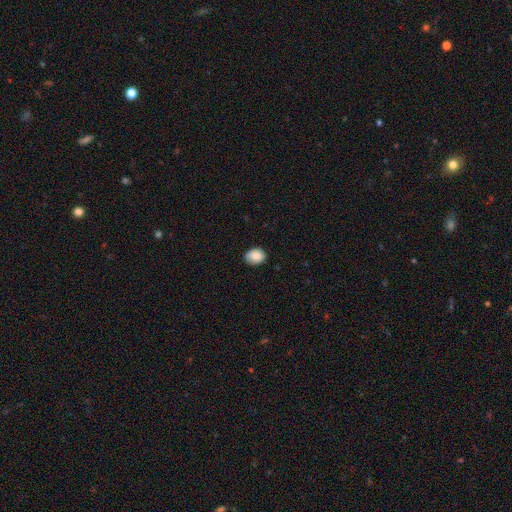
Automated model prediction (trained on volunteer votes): Q: Smooth or featured?
A: smooth (87%); runner-up: star or artifact (8%)
Q: How rounded?
A: in between (57%); runner-up: round (42%)
Q: Merging?
A: none (82%); runner-up: minor disturbance (15%)